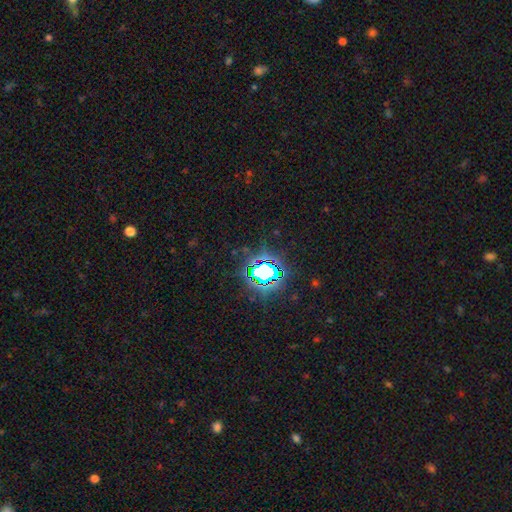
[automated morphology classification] A star or artifact, not a galaxy (80%).

Vote fractions:
- Smooth or featured? star or artifact: 80% / smooth: 13% / featured or disk: 8%